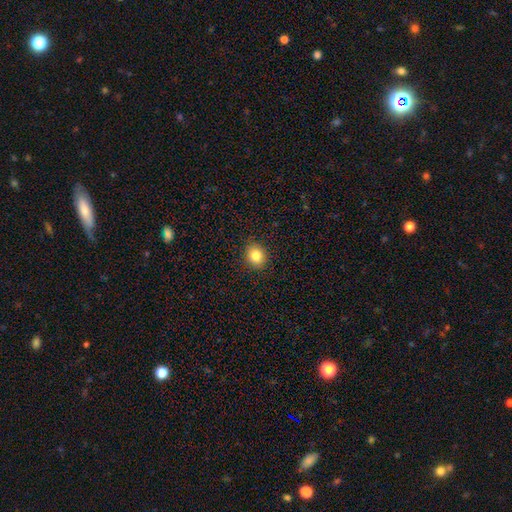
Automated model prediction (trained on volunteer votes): Q: Smooth or featured?
A: smooth (83%); runner-up: star or artifact (11%)
Q: How rounded?
A: round (75%); runner-up: in between (24%)
Q: Merging?
A: none (90%); runner-up: minor disturbance (7%)